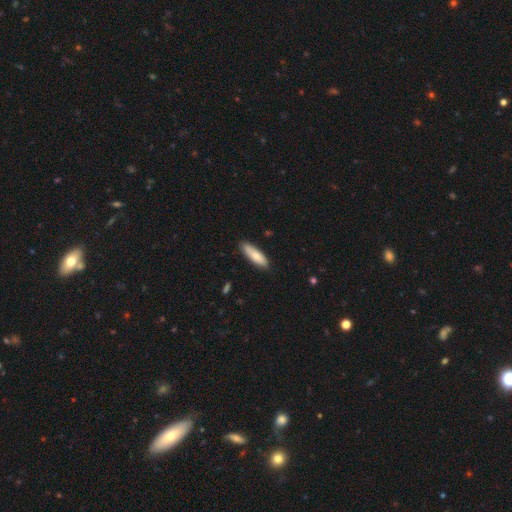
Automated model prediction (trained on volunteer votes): smooth-or-featured: smooth: 79% | featured or disk: 16% | star or artifact: 6%
  how-rounded: cigar-shaped: 56% | in between: 42% | round: 2%
  merging: none: 85% | minor disturbance: 12% | major disturbance: 2% | merger: 1%